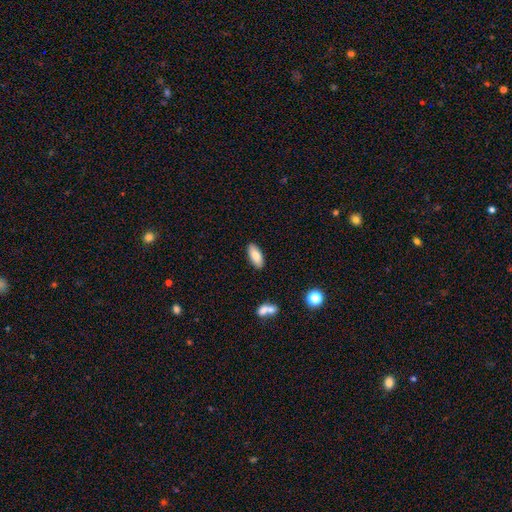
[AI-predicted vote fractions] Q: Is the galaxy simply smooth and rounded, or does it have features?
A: smooth — 81%.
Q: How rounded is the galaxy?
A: in between — 83%.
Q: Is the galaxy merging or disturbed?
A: none — 87%.